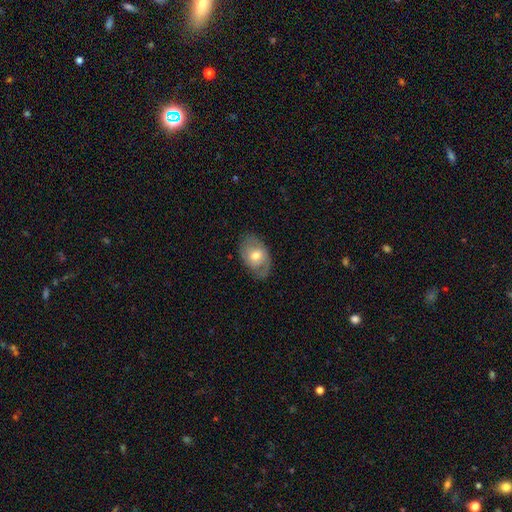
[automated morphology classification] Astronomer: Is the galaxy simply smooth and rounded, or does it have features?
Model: featured or disk — 51% (runner-up: smooth, 42%).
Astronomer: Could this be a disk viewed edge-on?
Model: no — 93%.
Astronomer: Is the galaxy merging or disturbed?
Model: none — 70%.